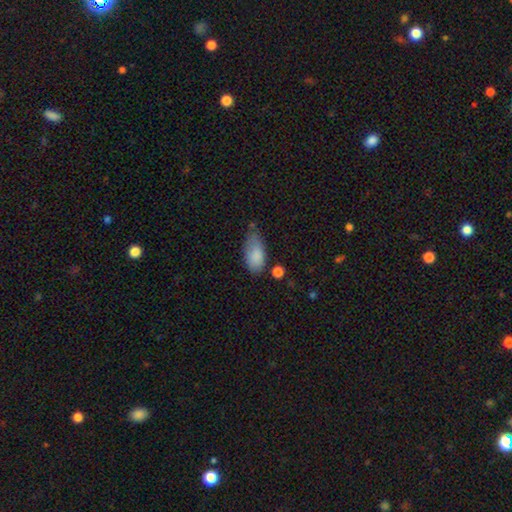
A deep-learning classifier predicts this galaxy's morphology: Overall: smooth (85%). How rounded: in between (91%). Merging: none (51%; minor disturbance 34%).